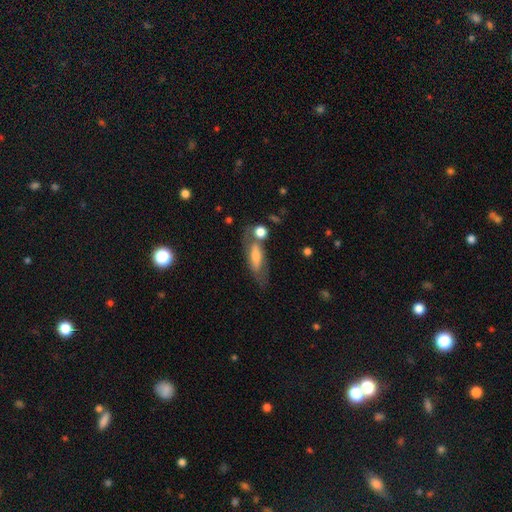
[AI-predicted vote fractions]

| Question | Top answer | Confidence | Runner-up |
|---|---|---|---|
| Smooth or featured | smooth | 50% | featured or disk (43%) |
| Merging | none | 54% | minor disturbance (18%) |